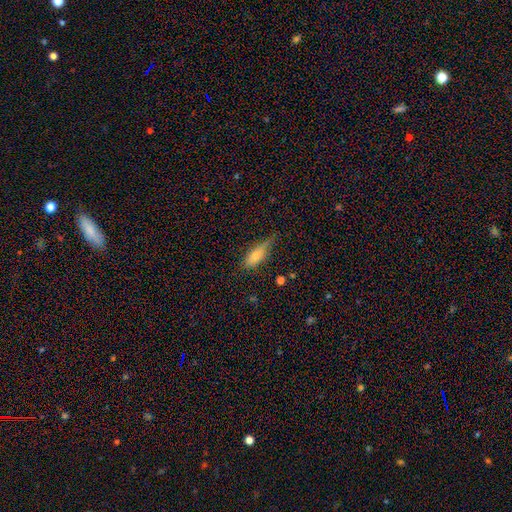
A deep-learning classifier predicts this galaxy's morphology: The model was most divided on "merging": none: 54%, minor disturbance: 35%, major disturbance: 9%, merger: 2%. More confident: smooth or featured — smooth (68%); how rounded — in between (61%).